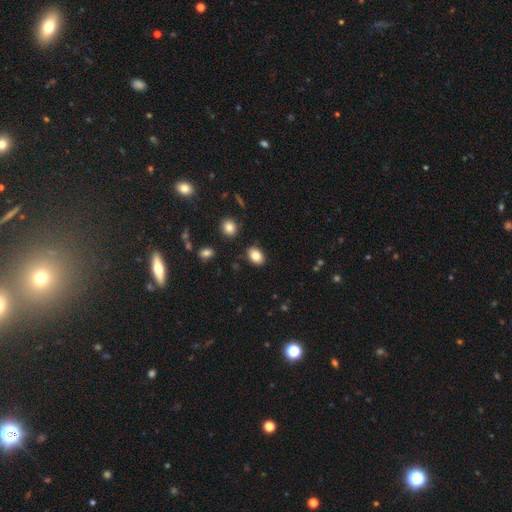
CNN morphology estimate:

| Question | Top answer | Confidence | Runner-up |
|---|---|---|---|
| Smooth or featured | smooth | 83% | star or artifact (9%) |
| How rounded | in between | 78% | round (21%) |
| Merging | none | 87% | minor disturbance (9%) |